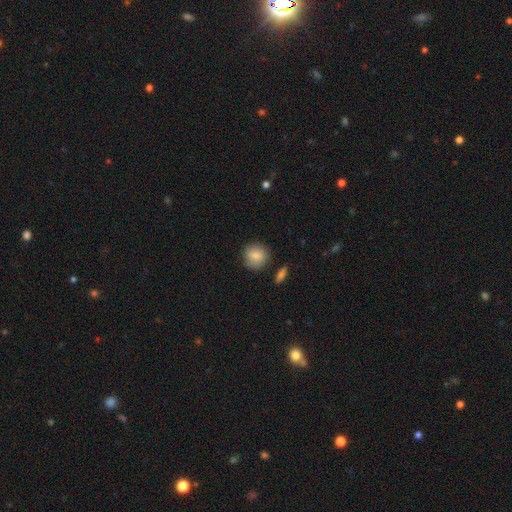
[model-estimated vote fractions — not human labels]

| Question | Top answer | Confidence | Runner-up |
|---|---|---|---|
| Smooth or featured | smooth | 83% | featured or disk (10%) |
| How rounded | round | 90% | in between (9%) |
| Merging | none | 81% | minor disturbance (13%) |